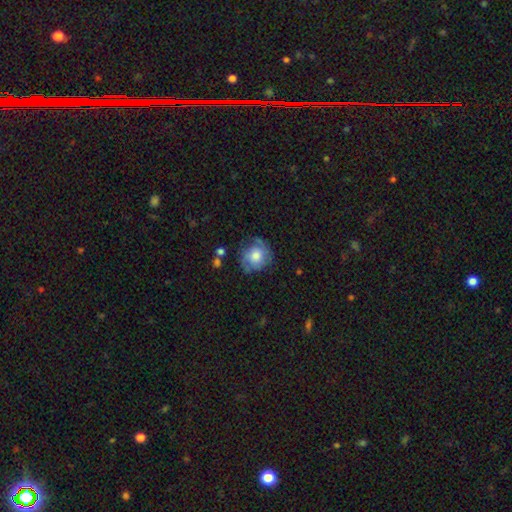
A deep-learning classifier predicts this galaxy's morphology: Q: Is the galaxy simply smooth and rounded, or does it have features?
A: smooth — 53%.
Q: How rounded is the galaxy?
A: round — 84%.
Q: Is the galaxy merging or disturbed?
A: none — 62%.